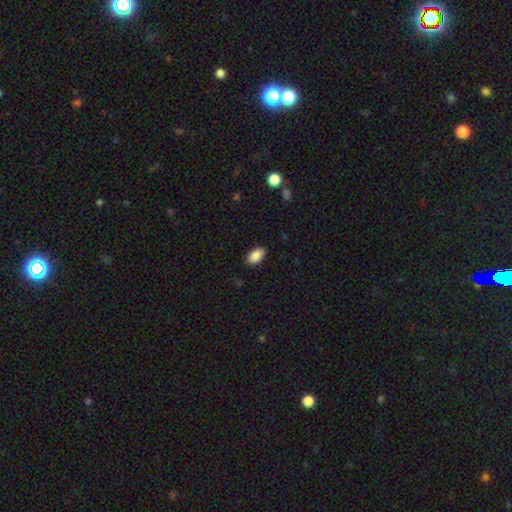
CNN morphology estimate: This is clearly a smooth galaxy (88%). How rounded: clearly in between (94%). Merging: clearly none (87%).